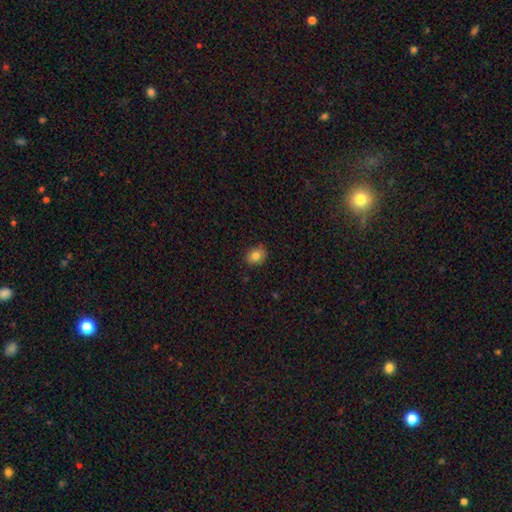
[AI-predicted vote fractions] Smooth or featured?
  - smooth: 82% *
  - star or artifact: 10%
  - featured or disk: 8%
How rounded?
  - round: 51% *
  - in between: 48%
  - cigar-shaped: 1%
Merging?
  - none: 85% *
  - minor disturbance: 12%
  - major disturbance: 2%
  - merger: 1%